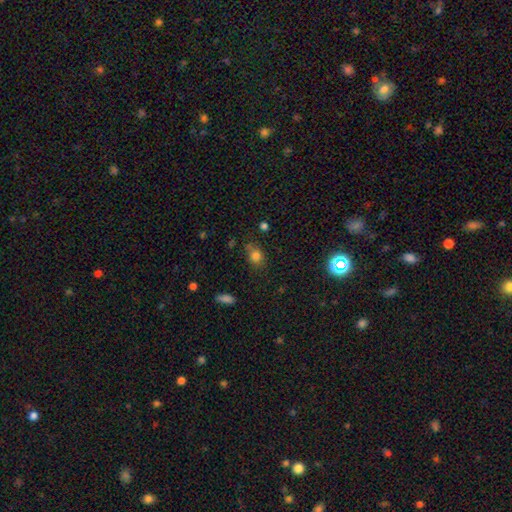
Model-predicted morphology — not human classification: This is likely a smooth galaxy (79%). How rounded: possibly in between (56%). Merging: likely none (67%).